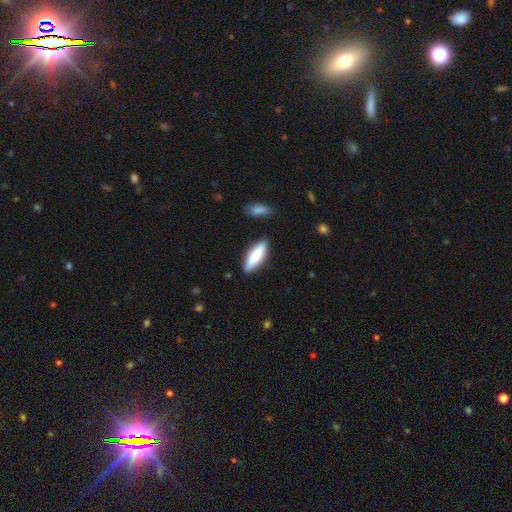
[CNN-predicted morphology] A smooth galaxy with no disk features (80%) that is in between round and cigar-shaped (51%).

Vote fractions:
- Smooth or featured? smooth: 80% / featured or disk: 14% / star or artifact: 6%
- How rounded? in between: 51% / cigar-shaped: 48% / round: 2%
- Merging? none: 86% / minor disturbance: 10% / major disturbance: 2% / merger: 2%